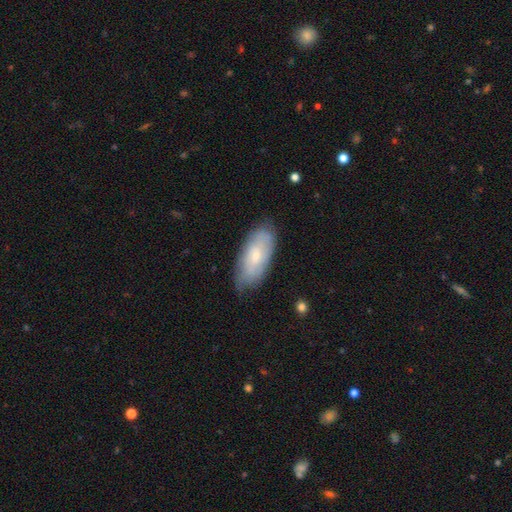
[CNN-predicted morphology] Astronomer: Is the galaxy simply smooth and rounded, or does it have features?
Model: smooth — 56% (runner-up: featured or disk, 37%).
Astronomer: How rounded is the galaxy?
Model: in between — 87%.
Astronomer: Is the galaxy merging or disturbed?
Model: none — 73%.